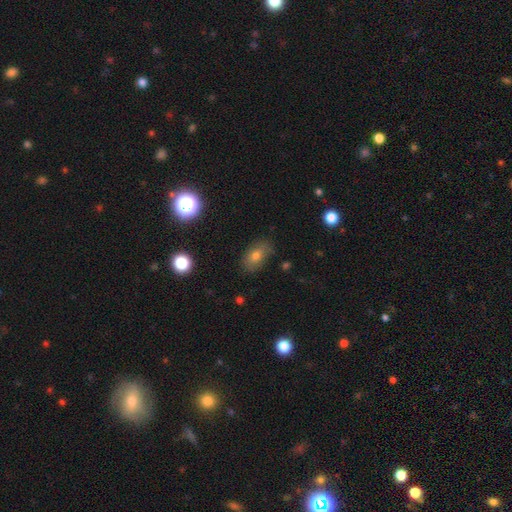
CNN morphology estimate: This appears to be a smooth galaxy with no disk features (71%) that is in between round and cigar-shaped (87%). Merging: none (77%).